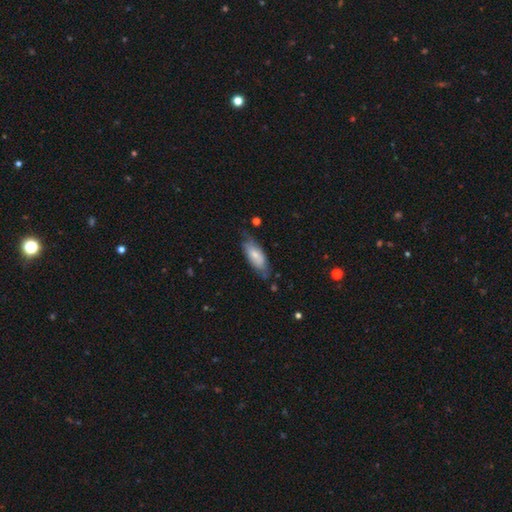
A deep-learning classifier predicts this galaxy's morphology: Overall: smooth (64%; featured or disk 30%). How rounded: in between (78%). Merging: none (59%; minor disturbance 30%).